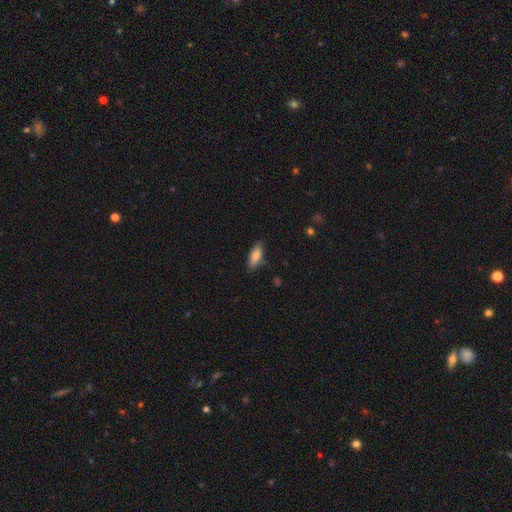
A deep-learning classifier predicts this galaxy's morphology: smooth-or-featured: smooth: 81% | featured or disk: 13% | star or artifact: 7%
  how-rounded: in between: 75% | cigar-shaped: 23% | round: 2%
  merging: none: 82% | minor disturbance: 14% | major disturbance: 2% | merger: 1%